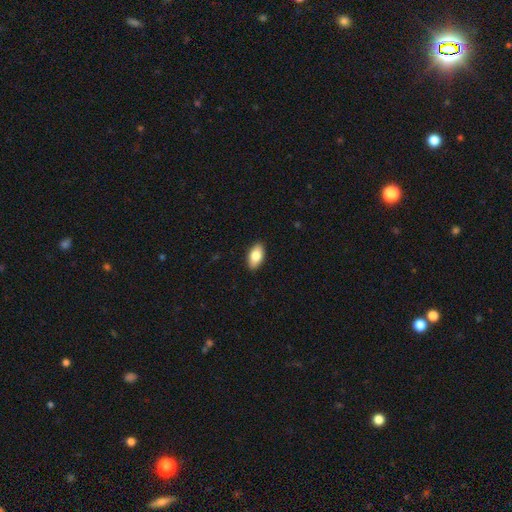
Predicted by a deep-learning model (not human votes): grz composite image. It shows a smooth galaxy with no disk features (82%) that is in between round and cigar-shaped (93%). Merging: none (90%).